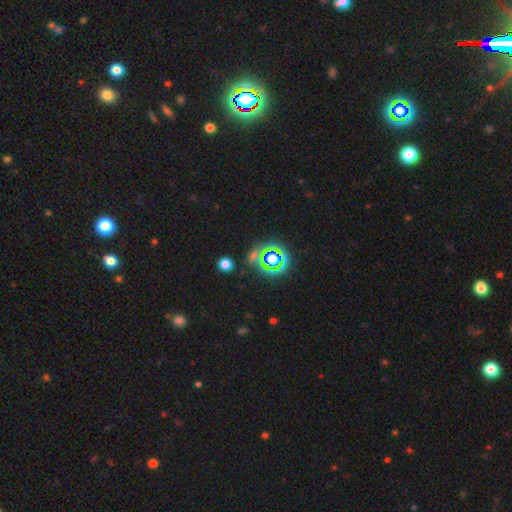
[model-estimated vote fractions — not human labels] This is likely a star or artifact rather than a galaxy (72%).